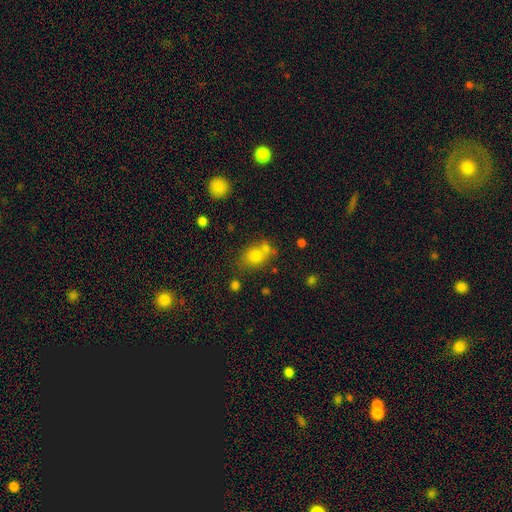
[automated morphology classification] Smooth or featured? smooth (77%)
How rounded? round (50%)
Merging? none (51%)